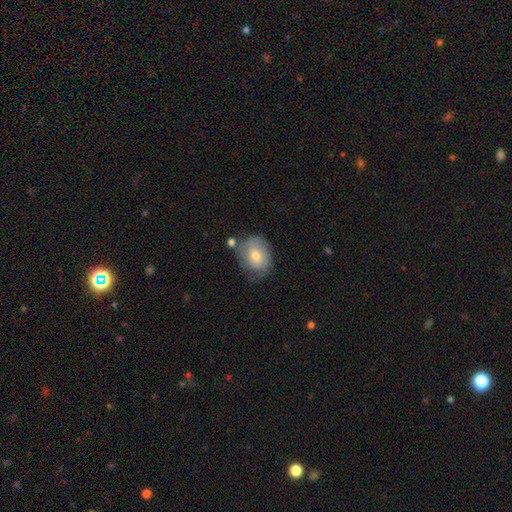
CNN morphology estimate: Overall: smooth (50%; featured or disk 42%). How rounded: in between (50%; round 49%). Merging: none (58%; minor disturbance 26%).